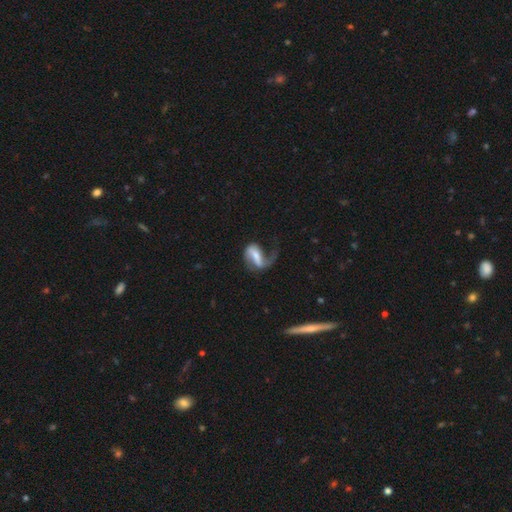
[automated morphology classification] Smooth or featured: featured or disk — 70% (smooth — 24%)
Edge-on disk: no — 95% (yes — 5%)
Bar: strong — 48% (weak — 33%)
Spiral arms: yes — 85% (no — 15%)
Spiral winding: loose — 65% (medium — 26%)
Spiral arm count: 2 — 48% (1 — 46%)
Bulge size: small — 38% (moderate — 35%)
Merging: major disturbance — 46% (none — 31%)